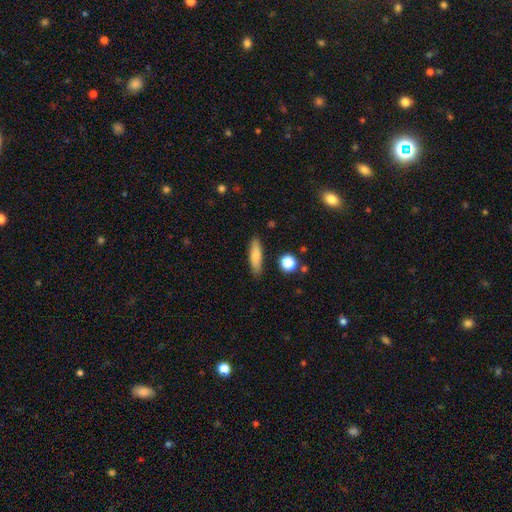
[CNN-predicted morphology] Smooth or featured? Predicted: smooth (p=0.79). How rounded? Predicted: cigar-shaped (p=0.65). Merging? Predicted: none (p=0.85).